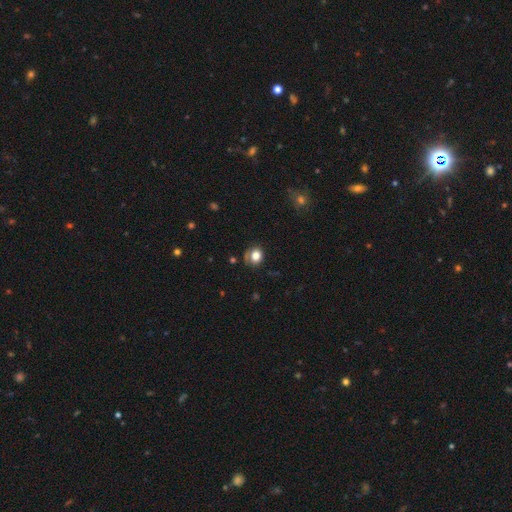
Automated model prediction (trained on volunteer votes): smooth 78%, star or artifact 11%, featured or disk 10%. Down the decision tree: how rounded — round (70%); merging — none (65%).